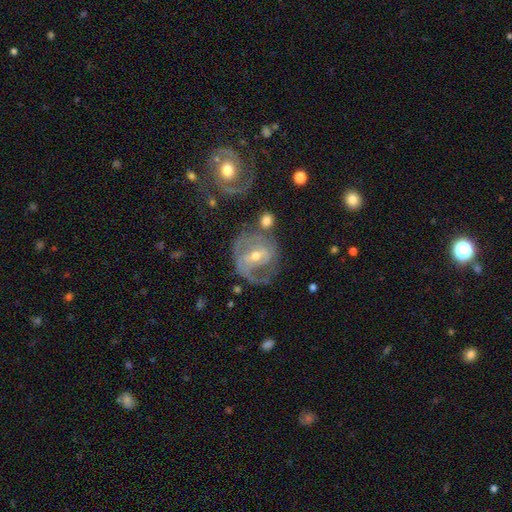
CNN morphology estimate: Smooth or featured?
  - featured or disk: 80% *
  - smooth: 13%
  - star or artifact: 7%
Edge-on disk?
  - no: 96% *
  - yes: 4%
Bar?
  - weak: 43% *
  - strong: 32%
  - no: 25%
Spiral arms?
  - yes: 83% *
  - no: 17%
Spiral winding?
  - tight: 46% *
  - medium: 39%
  - loose: 15%
Spiral arm count?
  - 2: 49% *
  - can't tell: 24%
  - 1: 14%
  - 3: 9%
  - 4: 2%
  - more than 4: 2%
Bulge size?
  - moderate: 57% *
  - small: 39%
  - large: 2%
  - none: 1%
  - dominant: 1%
Merging?
  - none: 51% *
  - minor disturbance: 21%
  - major disturbance: 18%
  - merger: 10%